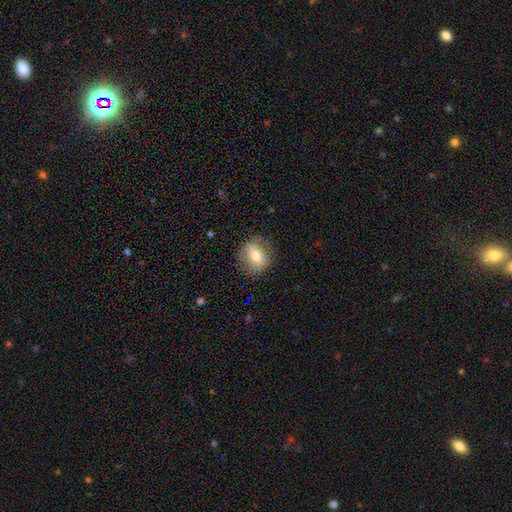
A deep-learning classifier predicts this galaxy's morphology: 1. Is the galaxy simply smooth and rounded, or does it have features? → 64% smooth, 28% featured or disk, 9% star or artifact.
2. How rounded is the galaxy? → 66% round, 33% in between, 2% cigar-shaped.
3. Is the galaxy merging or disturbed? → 81% none, 13% minor disturbance, 4% major disturbance, 1% merger.